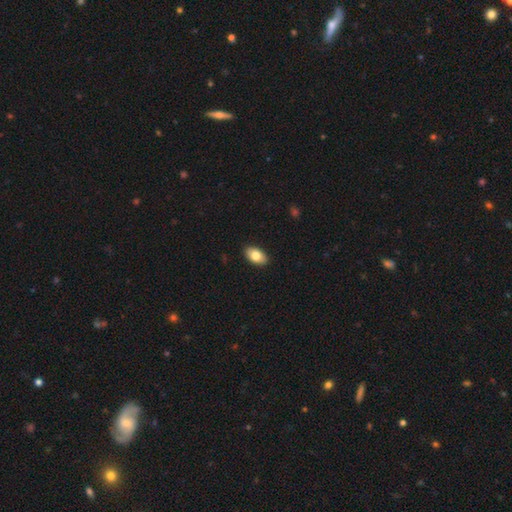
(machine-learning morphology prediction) type=smooth (81%); roundness=in between (93%); merging=none (90%).